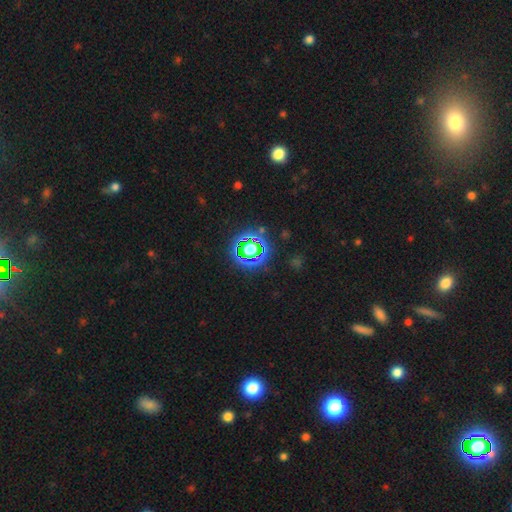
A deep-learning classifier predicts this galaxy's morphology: smooth_or_featured: star or artifact (p=0.75) [alt: smooth p=0.17]